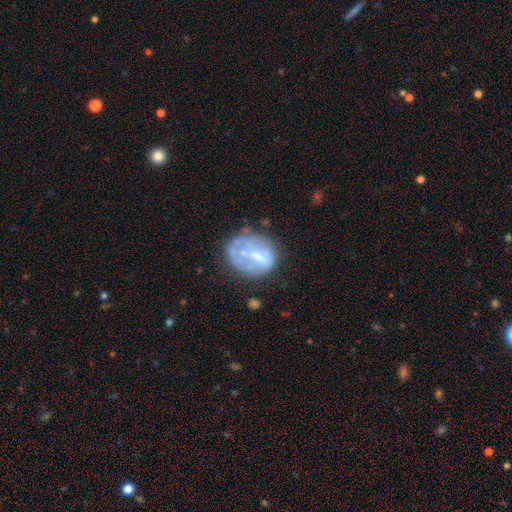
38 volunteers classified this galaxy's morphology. featured or disk 66%, smooth 26%, star or artifact 8%. Down the decision tree: edge-on disk — no (100%); bar — no (68%); spiral arms — no (92%); bulge size — none (48%); merging — none (46%).